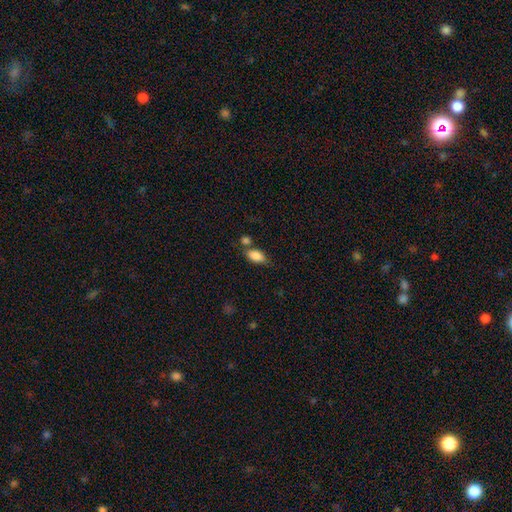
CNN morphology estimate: Smooth or featured: smooth — 85% (star or artifact — 8%)
How rounded: in between — 90% (round — 6%)
Merging: none — 51% (merger — 25%)